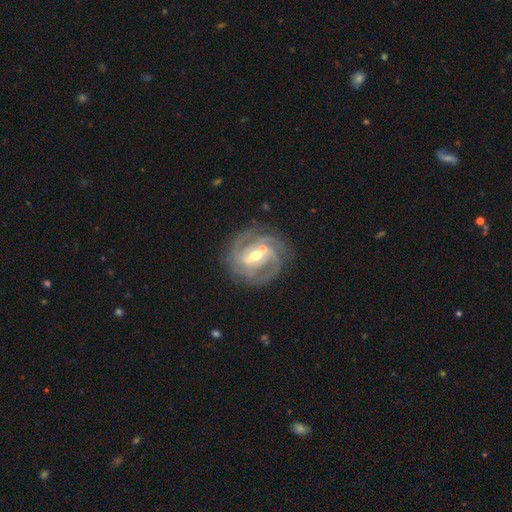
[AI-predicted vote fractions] Smooth or featured: featured or disk — 90% (star or artifact — 5%)
Edge-on disk: no — 97% (yes — 3%)
Bar: weak — 43% (tied with strong — 43%)
Spiral arms: yes — 97% (no — 3%)
Spiral winding: tight — 61% (medium — 33%)
Spiral arm count: 3 — 42% (2 — 26%)
Bulge size: moderate — 64% (small — 30%)
Merging: none — 73% (minor disturbance — 14%)